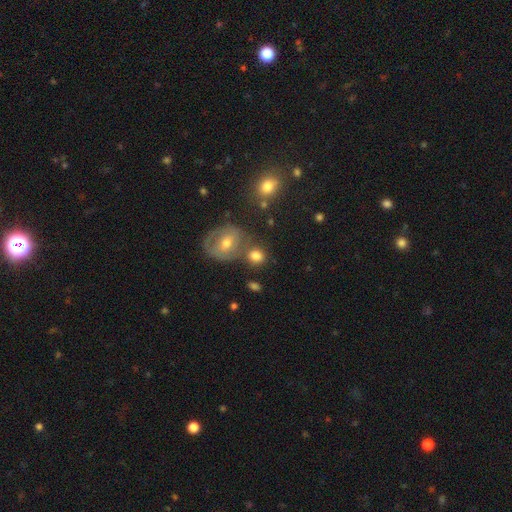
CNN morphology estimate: smooth-or-featured: smooth: 75% | featured or disk: 15% | star or artifact: 10%
  how-rounded: round: 74% | in between: 25% | cigar-shaped: 1%
  merging: none: 58% | merger: 22% | minor disturbance: 14% | major disturbance: 6%